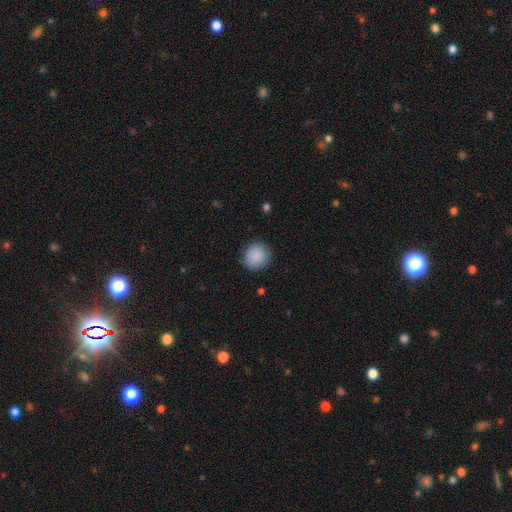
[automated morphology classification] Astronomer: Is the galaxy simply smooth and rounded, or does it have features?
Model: smooth — 89%.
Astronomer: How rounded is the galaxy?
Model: round — 91%.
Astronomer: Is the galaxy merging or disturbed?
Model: none — 88%.